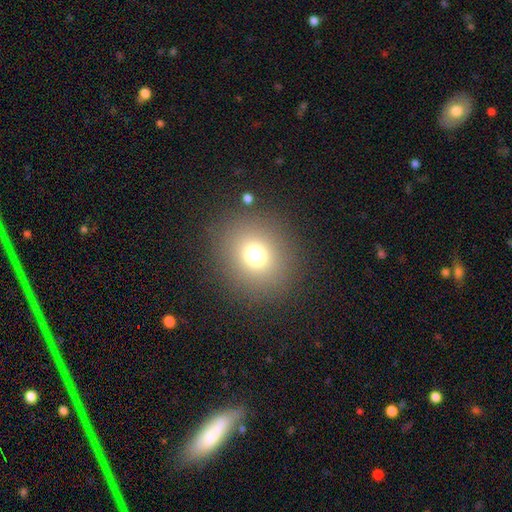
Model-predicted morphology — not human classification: A smooth galaxy with no disk features (72%) that is round (77%).

Vote fractions:
- Smooth or featured? smooth: 72% / star or artifact: 18% / featured or disk: 10%
- How rounded? round: 77% / in between: 22% / cigar-shaped: 1%
- Merging? none: 87% / minor disturbance: 7% / major disturbance: 4% / merger: 2%